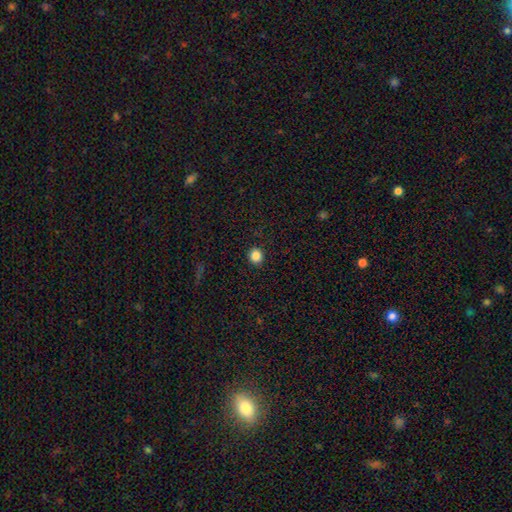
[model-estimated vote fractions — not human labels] A smooth galaxy with no disk features (86%) that is round (83%). Merging: none (92%).